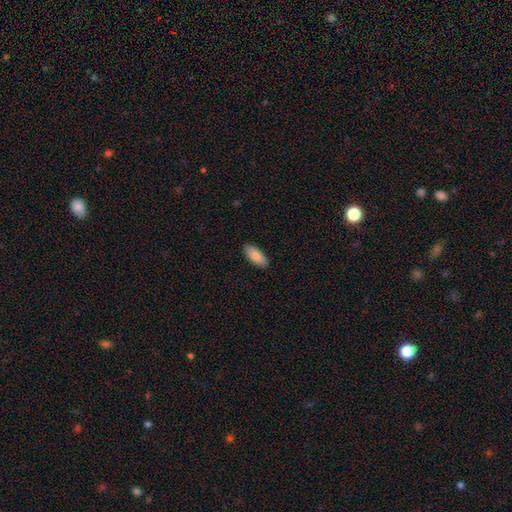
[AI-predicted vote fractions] This is clearly a smooth galaxy (88%). How rounded: clearly in between (84%). Merging: clearly none (89%).